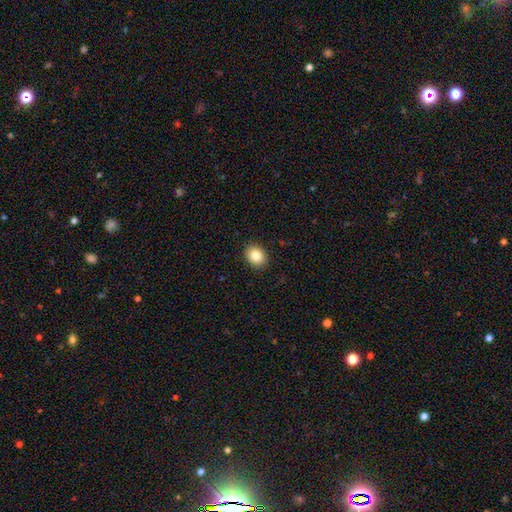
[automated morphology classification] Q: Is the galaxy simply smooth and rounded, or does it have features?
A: smooth — 84%.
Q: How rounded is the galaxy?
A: round — 53%.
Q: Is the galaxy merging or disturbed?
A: none — 91%.